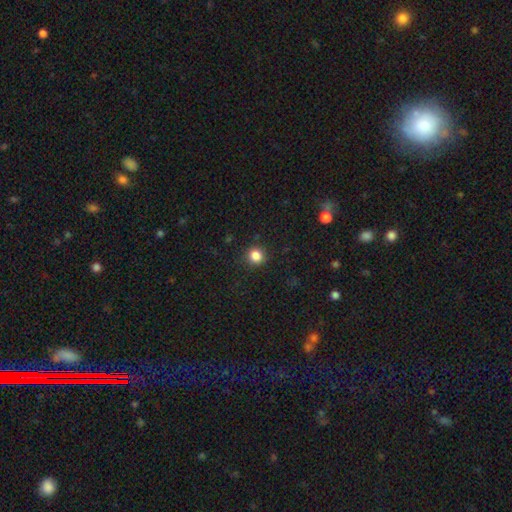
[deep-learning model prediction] A smooth galaxy with no disk features (85%) that is round (92%). Merging: none (90%).